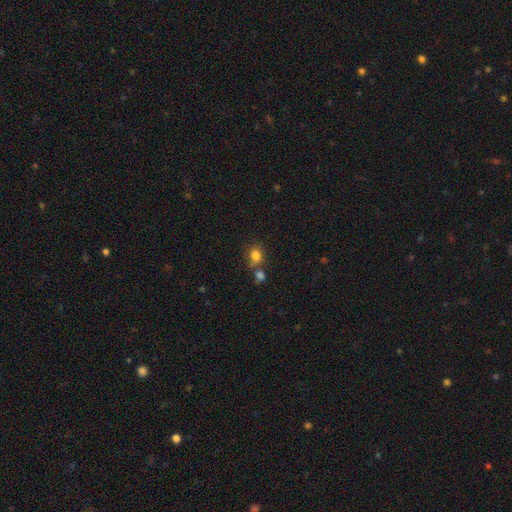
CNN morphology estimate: The model was most divided on "how rounded": in between: 53%, round: 46%, cigar-shaped: 1%. More confident: smooth or featured — smooth (80%); merging — none (54%).